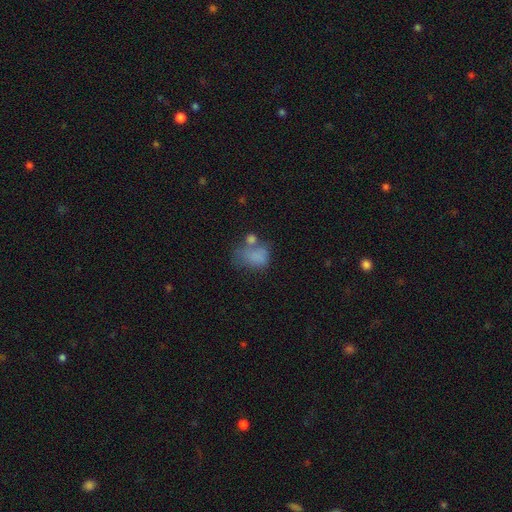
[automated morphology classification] A smooth galaxy with no disk features (71%) that is in between round and cigar-shaped (64%).

Vote fractions:
- Smooth or featured? smooth: 71% / featured or disk: 17% / star or artifact: 12%
- How rounded? in between: 64% / round: 35% / cigar-shaped: 1%
- Merging? none: 29% / merger: 25% / major disturbance: 25% / minor disturbance: 21%